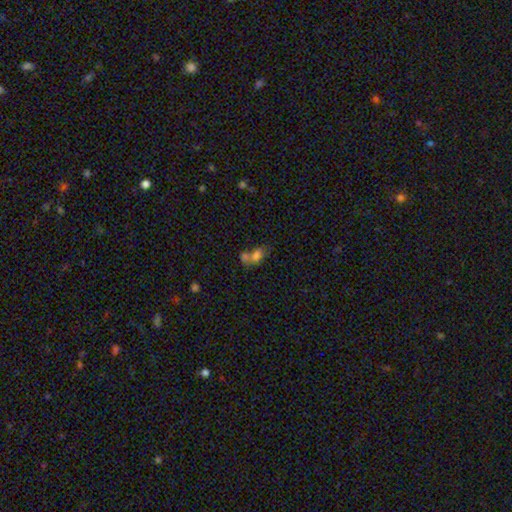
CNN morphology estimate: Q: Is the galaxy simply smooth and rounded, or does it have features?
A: smooth — 70%.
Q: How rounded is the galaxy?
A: in between — 80%.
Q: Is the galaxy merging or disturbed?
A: merger — 58%.